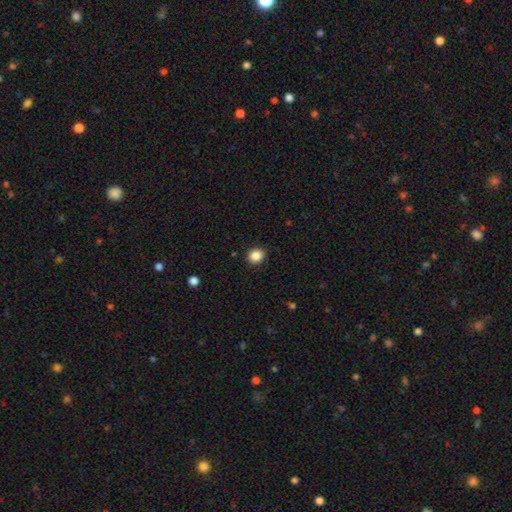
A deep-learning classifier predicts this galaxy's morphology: type=smooth (86%); roundness=round (83%); merging=none (90%).